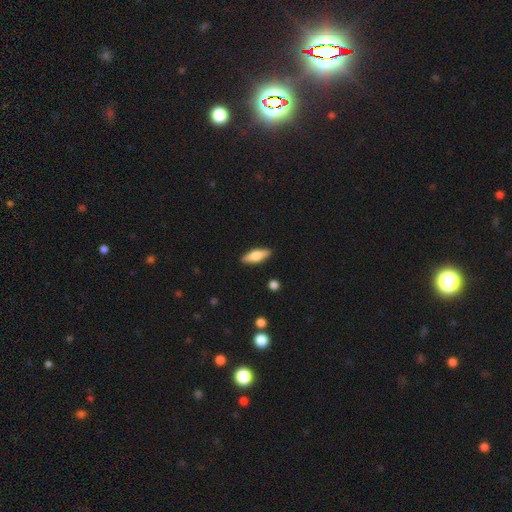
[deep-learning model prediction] A smooth galaxy with no disk features (67%) that is in between round and cigar-shaped (60%).

Vote fractions:
- Smooth or featured? smooth: 67% / featured or disk: 27% / star or artifact: 6%
- How rounded? in between: 60% / cigar-shaped: 38% / round: 3%
- Merging? none: 89% / minor disturbance: 8% / major disturbance: 2% / merger: 1%